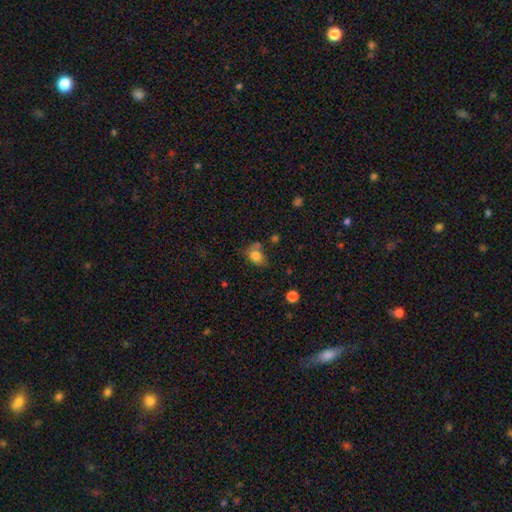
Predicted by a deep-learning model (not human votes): Smooth or featured? Predicted: smooth (p=0.79). How rounded? Predicted: in between (p=0.64). Merging? Predicted: none (p=0.47).